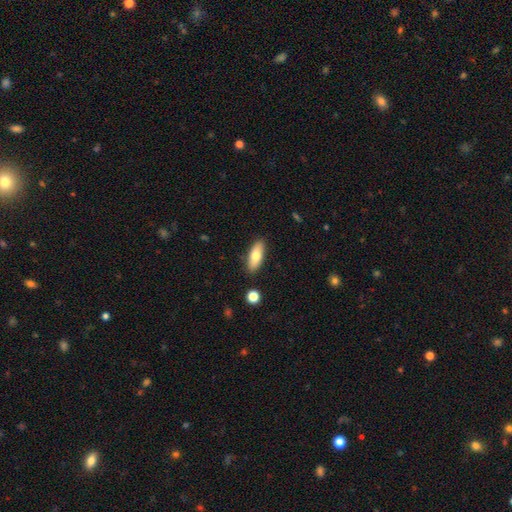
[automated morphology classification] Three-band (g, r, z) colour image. It shows a smooth galaxy with no disk features (73%) that is in between round and cigar-shaped (75%). Merging: none (87%).